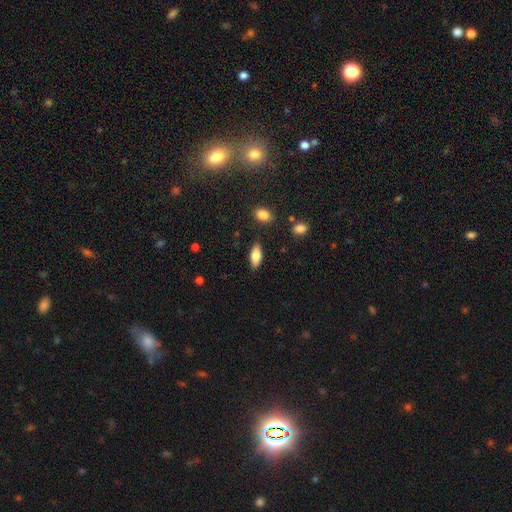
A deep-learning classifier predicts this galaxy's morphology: A smooth galaxy with no disk features (77%) that is in between round and cigar-shaped (80%). Merging: none (86%).